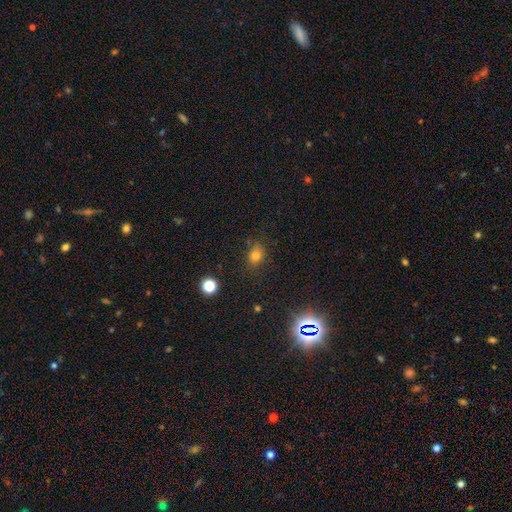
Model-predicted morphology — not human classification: type=smooth (74%); roundness=in between (52%); merging=none (79%).